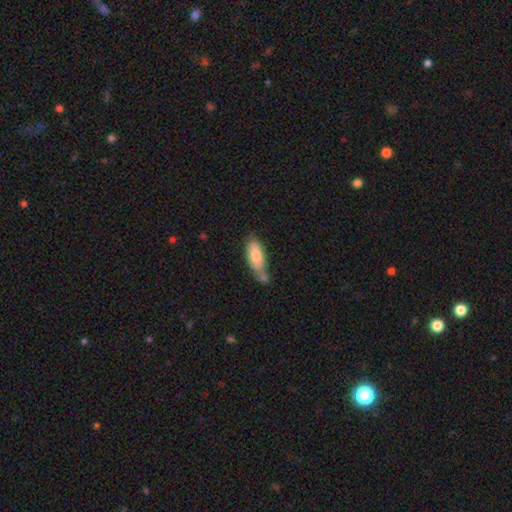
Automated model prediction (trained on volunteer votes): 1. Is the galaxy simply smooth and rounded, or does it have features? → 76% smooth, 17% featured or disk, 6% star or artifact.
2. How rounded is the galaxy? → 65% in between, 32% cigar-shaped, 2% round.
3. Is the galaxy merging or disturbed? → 46% none, 27% merger, 22% minor disturbance, 6% major disturbance.